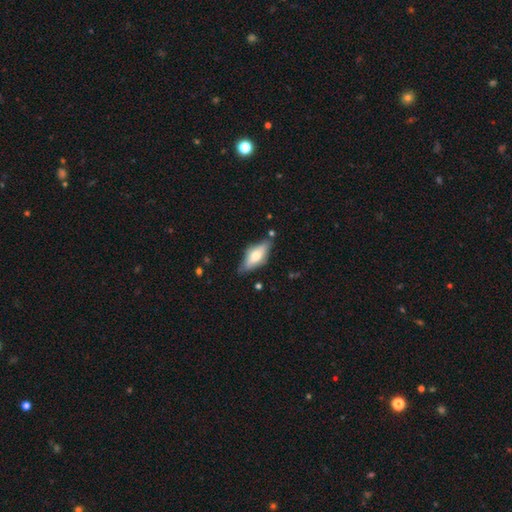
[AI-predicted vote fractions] This appears to be a smooth galaxy with no disk features (56%) that is in between round and cigar-shaped (70%). Merging: none (76%).